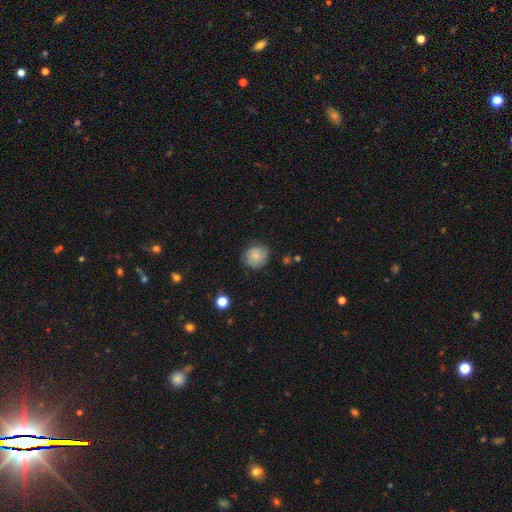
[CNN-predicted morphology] A smooth galaxy with no disk features (76%) that is round (89%). Merging: none (76%).